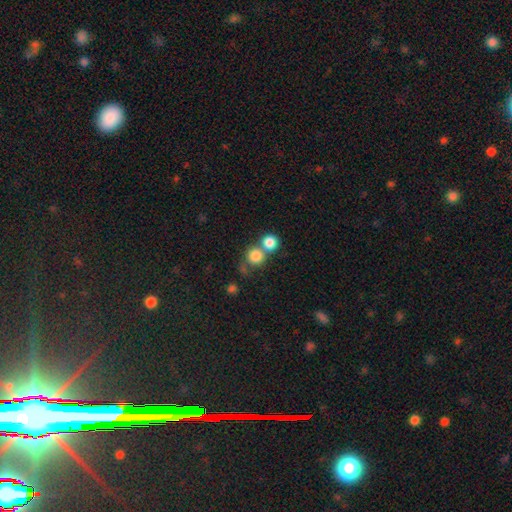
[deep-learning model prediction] smooth-or-featured: smooth: 81% | star or artifact: 11% | featured or disk: 8%
  how-rounded: round: 90% | in between: 9% | cigar-shaped: 1%
  merging: none: 49% | merger: 40% | minor disturbance: 7% | major disturbance: 4%